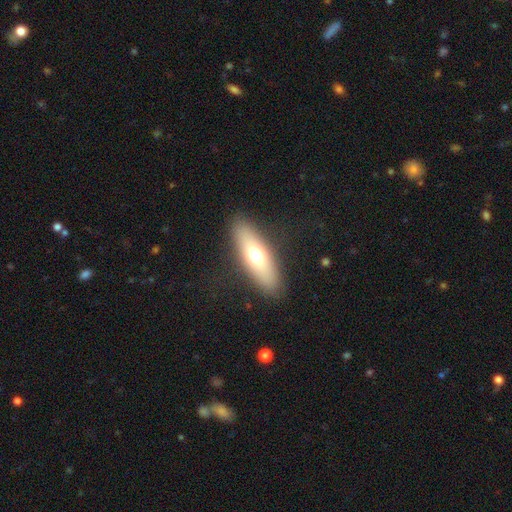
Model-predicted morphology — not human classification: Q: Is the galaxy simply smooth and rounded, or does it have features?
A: smooth — 64%.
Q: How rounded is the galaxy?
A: in between — 56%.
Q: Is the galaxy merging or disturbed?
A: none — 88%.